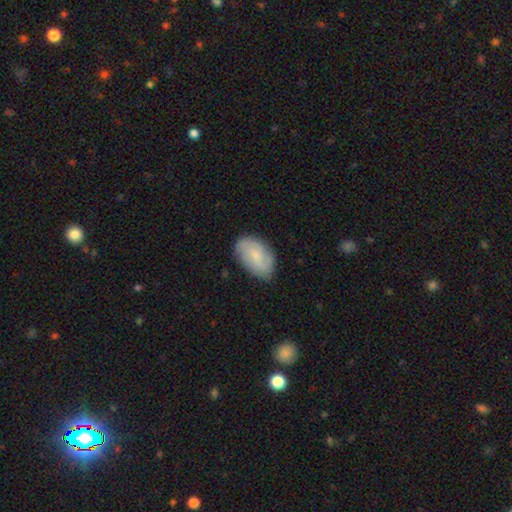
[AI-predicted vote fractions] The model was most divided on "smooth or featured": featured or disk: 47%, smooth: 46%, star or artifact: 7%. More confident: merging — none (80%).